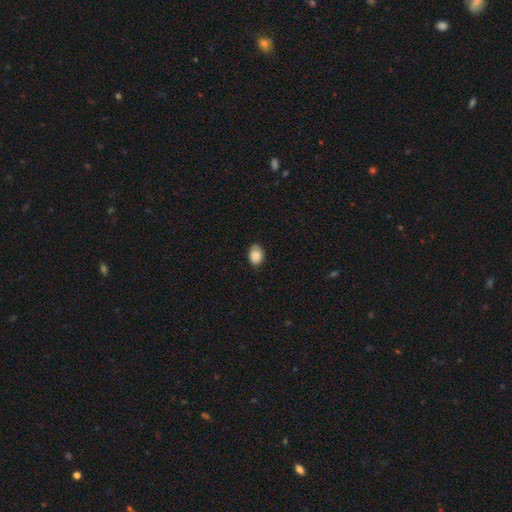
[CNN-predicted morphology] Overall: smooth (88%). How rounded: in between (72%). Merging: none (76%).